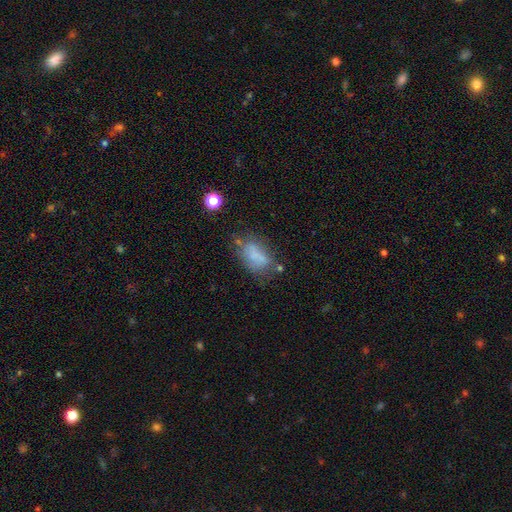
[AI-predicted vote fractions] Q: Smooth or featured?
A: smooth (59%); runner-up: featured or disk (27%)
Q: How rounded?
A: in between (83%); runner-up: round (10%)
Q: Merging?
A: none (43%); runner-up: minor disturbance (25%)